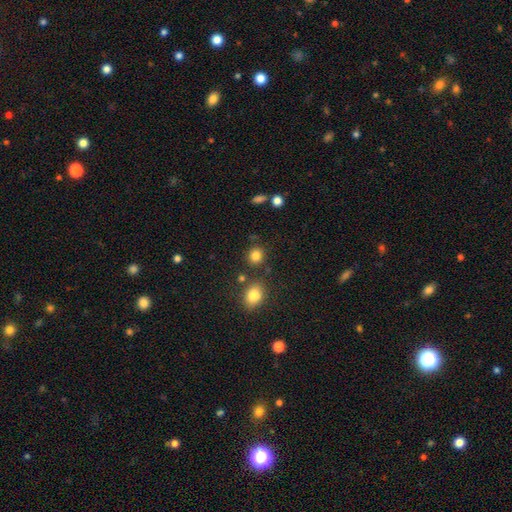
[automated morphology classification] Overall: smooth (84%). How rounded: round (80%). Merging: none (82%).